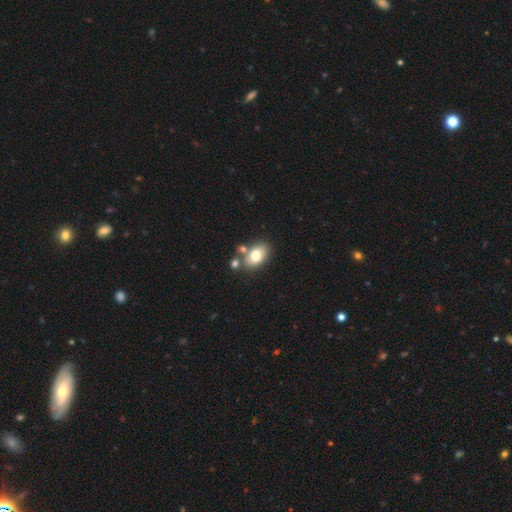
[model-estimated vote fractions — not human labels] smooth_or_featured: smooth (p=0.76) [alt: featured or disk p=0.16]
how_rounded: in between (p=0.86) [alt: round p=0.13]
merging: none (p=0.63) [alt: merger p=0.20]